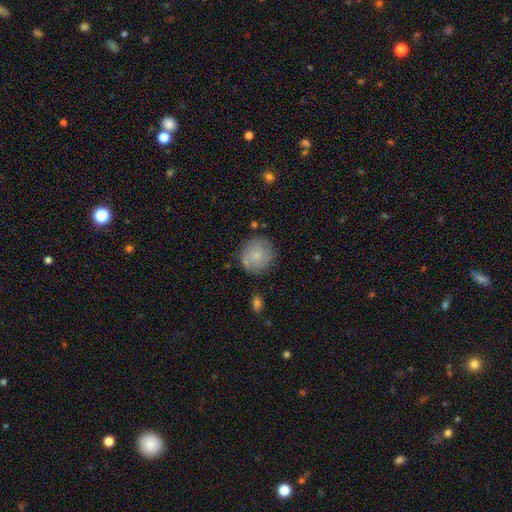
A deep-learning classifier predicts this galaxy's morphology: Smooth or featured?
  - smooth: 78% *
  - featured or disk: 15%
  - star or artifact: 7%
How rounded?
  - round: 92% *
  - in between: 7%
  - cigar-shaped: 1%
Merging?
  - none: 77% *
  - minor disturbance: 14%
  - merger: 5%
  - major disturbance: 4%